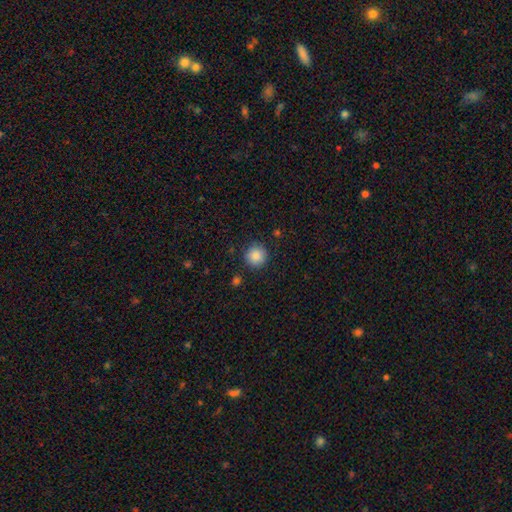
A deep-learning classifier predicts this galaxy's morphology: A smooth galaxy with no disk features (87%) that is round (94%). Merging: none (89%).